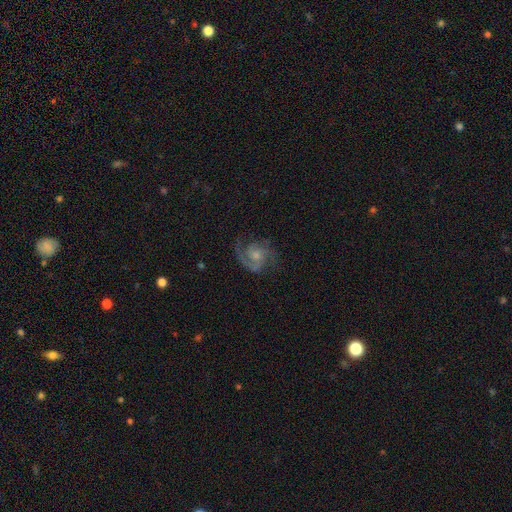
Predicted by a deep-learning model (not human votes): Smooth or featured?
  - featured or disk: 86% *
  - smooth: 9%
  - star or artifact: 6%
Edge-on disk?
  - no: 98% *
  - yes: 2%
Bar?
  - no: 67% *
  - weak: 28%
  - strong: 4%
Spiral arms?
  - yes: 97% *
  - no: 3%
Spiral winding?
  - medium: 50% *
  - tight: 34%
  - loose: 16%
Spiral arm count?
  - 2: 70% *
  - 3: 11%
  - 1: 8%
  - can't tell: 7%
  - 4: 2%
  - more than 4: 2%
Bulge size?
  - moderate: 43% * (tied)
  - small: 43% * (tied)
  - none: 9%
  - large: 4%
  - dominant: 1%
Merging?
  - none: 71% *
  - minor disturbance: 17%
  - major disturbance: 11%
  - merger: 1%